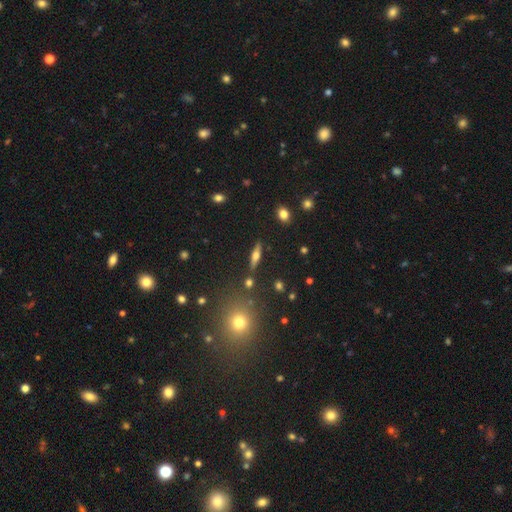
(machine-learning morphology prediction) Smooth or featured? featured or disk (55%)
Edge-on disk? yes (93%)
Edge-on bulge? rounded (91%)
Merging? none (85%)